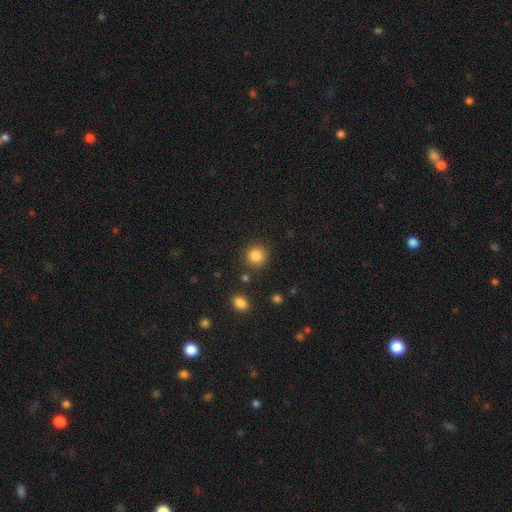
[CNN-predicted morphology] This is clearly a smooth galaxy (85%). How rounded: clearly round (91%). Merging: clearly none (87%).